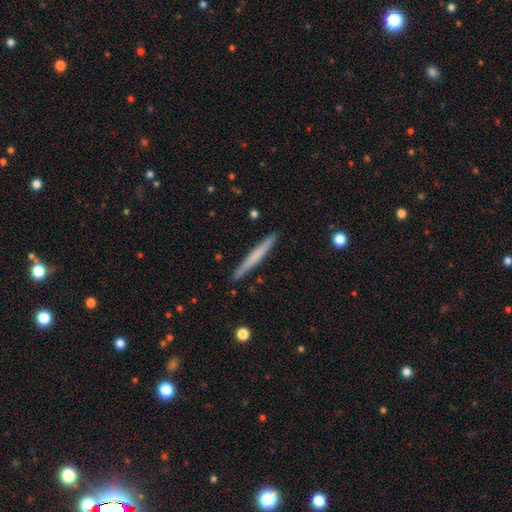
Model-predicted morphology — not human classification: This appears to be a smooth galaxy with no disk features (55%) that is cigar-shaped (97%). Merging: none (91%).